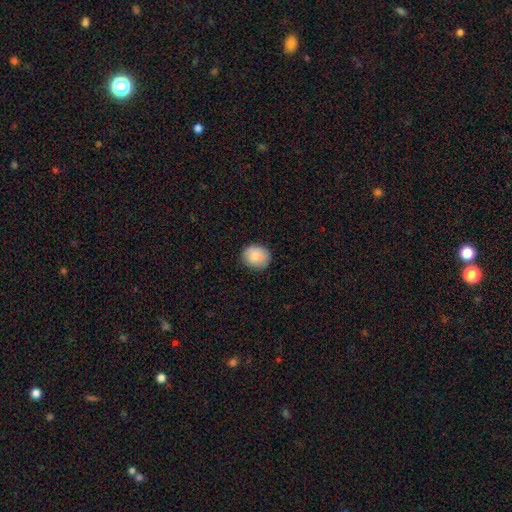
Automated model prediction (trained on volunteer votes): Morphology: type=smooth (83%); roundness=round (67%); merging=none (84%).